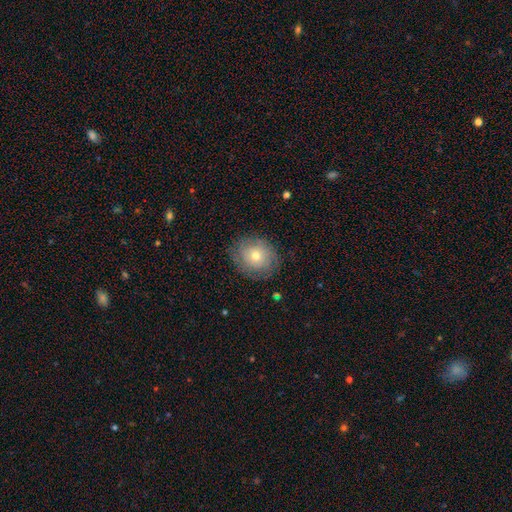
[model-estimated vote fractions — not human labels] A smooth galaxy with no disk features (58%) that is round (74%).

Vote fractions:
- Smooth or featured? smooth: 58% / featured or disk: 33% / star or artifact: 9%
- How rounded? round: 74% / in between: 25% / cigar-shaped: 1%
- Merging? none: 80% / minor disturbance: 14% / major disturbance: 5% / merger: 1%